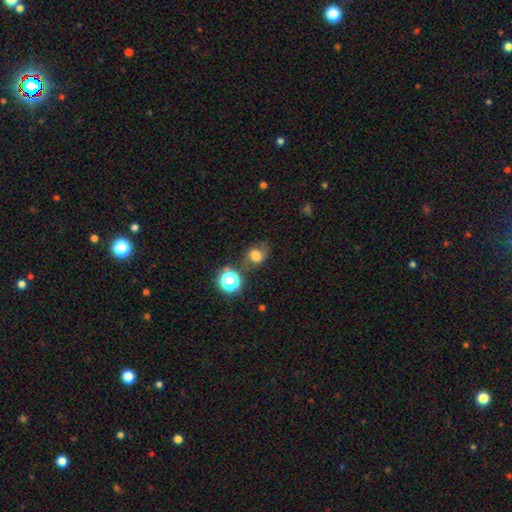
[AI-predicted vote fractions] smooth 66%, featured or disk 17%, star or artifact 16%. Down the decision tree: how rounded — round (55%); merging — none (53%).